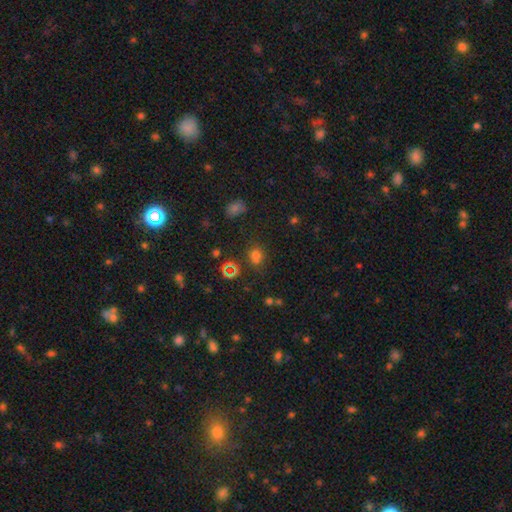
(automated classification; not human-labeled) This appears to be a smooth galaxy with no disk features (60%) that is round (57%). Merging: none (69%).